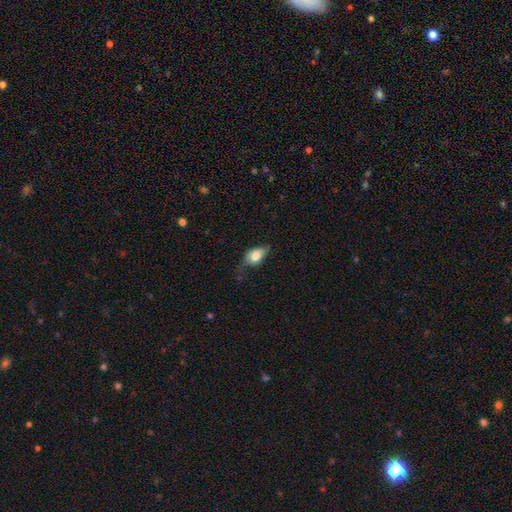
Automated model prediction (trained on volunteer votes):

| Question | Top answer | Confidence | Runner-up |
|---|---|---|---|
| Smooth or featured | smooth | 74% | featured or disk (18%) |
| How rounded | in between | 84% | round (12%) |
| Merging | none | 38% | tied: minor disturbance (38%) |